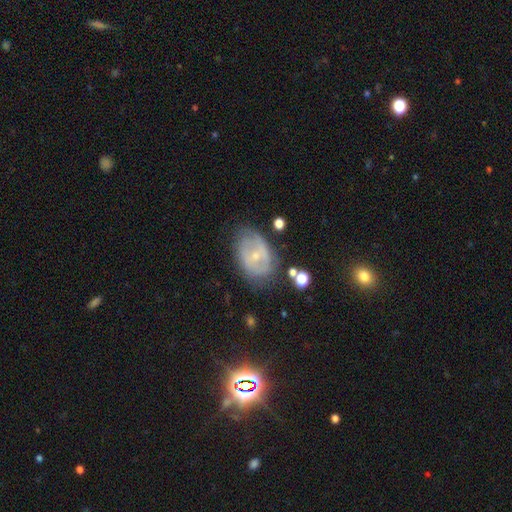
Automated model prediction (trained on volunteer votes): Overall: featured or disk (63%; smooth 29%). Edge-on disk: no (95%). Bar: no (52%; weak 36%). Spiral arms: yes (60%; no 40%). Bulge size: small (69%). Merging: none (58%; minor disturbance 27%).